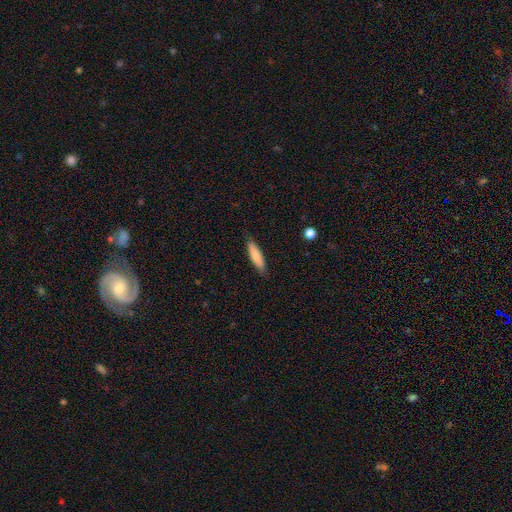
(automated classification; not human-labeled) Smooth or featured? Predicted: smooth (p=0.78). How rounded? Predicted: cigar-shaped (p=0.76). Merging? Predicted: none (p=0.85).